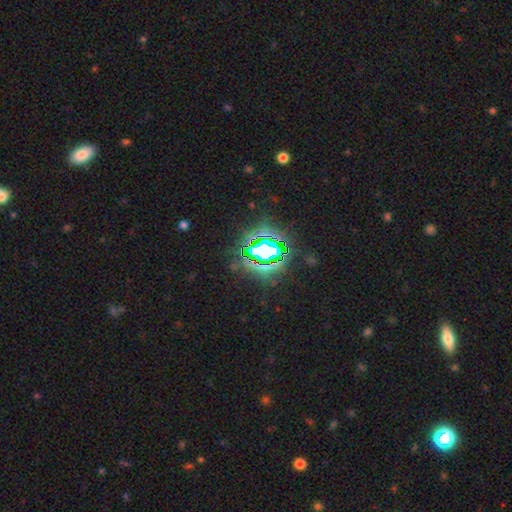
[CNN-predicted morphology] The model was most divided on "smooth or featured": star or artifact: 79%, smooth: 11%, featured or disk: 9%.